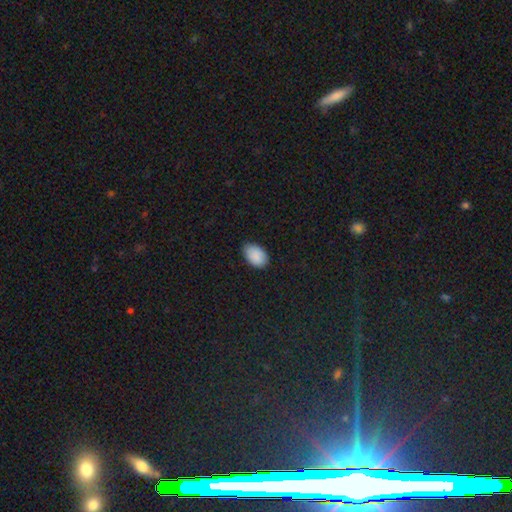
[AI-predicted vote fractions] Q: Smooth or featured?
A: smooth (89%); runner-up: star or artifact (7%)
Q: How rounded?
A: in between (90%); runner-up: round (9%)
Q: Merging?
A: none (74%); runner-up: minor disturbance (22%)